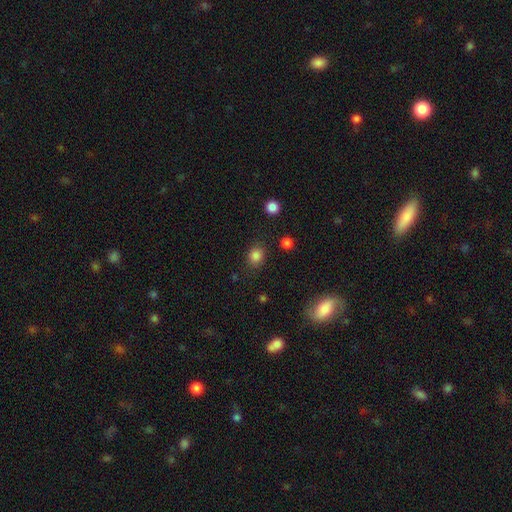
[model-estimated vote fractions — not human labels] A smooth galaxy with no disk features (83%) that is round (66%). Merging: none (83%).